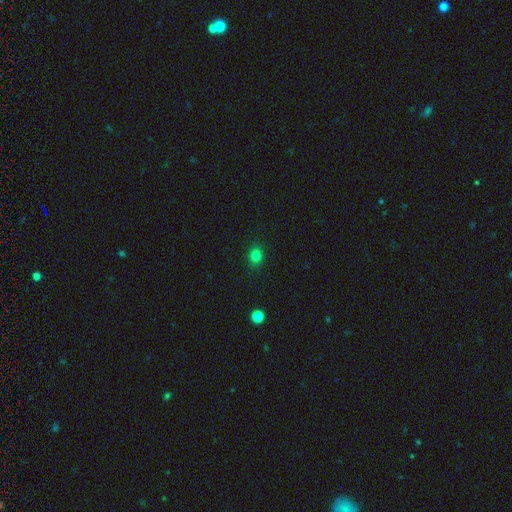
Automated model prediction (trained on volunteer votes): Smooth or featured? Predicted: smooth (p=0.80). How rounded? Predicted: round (p=0.71). Merging? Predicted: none (p=0.88).